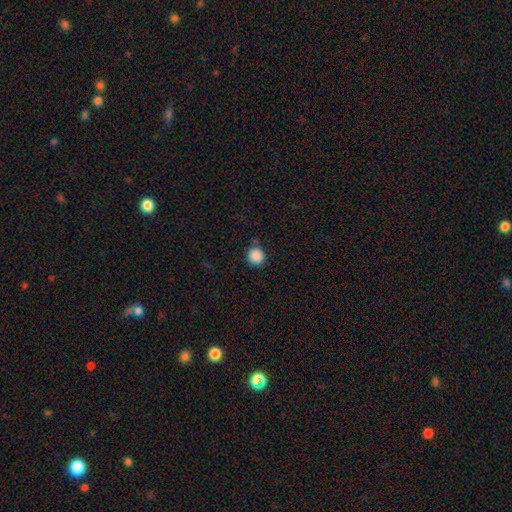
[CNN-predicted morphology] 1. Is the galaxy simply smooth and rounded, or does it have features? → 88% smooth, 10% star or artifact, 3% featured or disk.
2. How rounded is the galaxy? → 93% round, 6% in between, 1% cigar-shaped.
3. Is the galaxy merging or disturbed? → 84% none, 11% minor disturbance, 3% major disturbance, 2% merger.